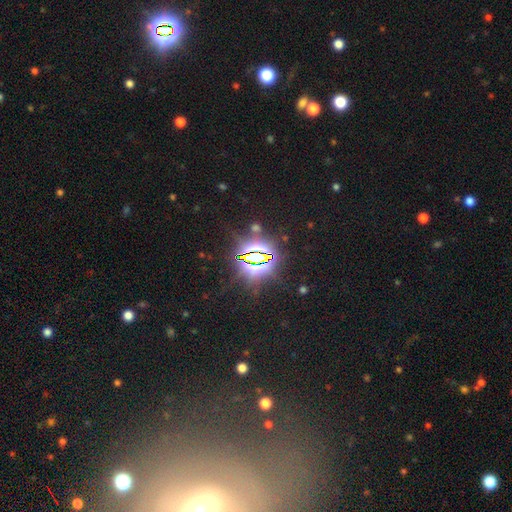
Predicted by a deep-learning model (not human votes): This appears to be a star or artifact, not a galaxy (84%).